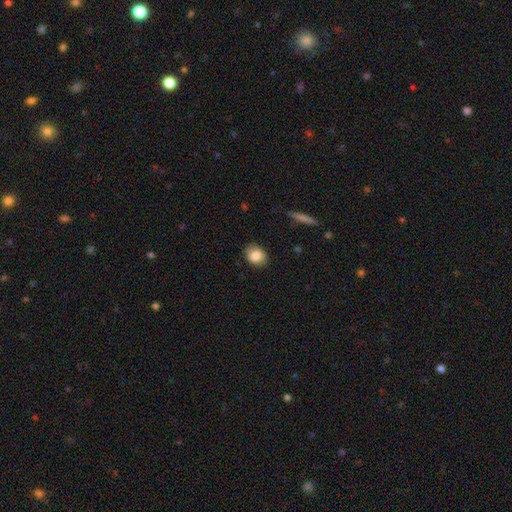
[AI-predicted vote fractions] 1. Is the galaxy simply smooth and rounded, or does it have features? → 81% smooth, 11% featured or disk, 8% star or artifact.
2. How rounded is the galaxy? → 58% in between, 41% round, 1% cigar-shaped.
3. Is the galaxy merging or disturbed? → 83% none, 13% minor disturbance, 3% major disturbance, 1% merger.